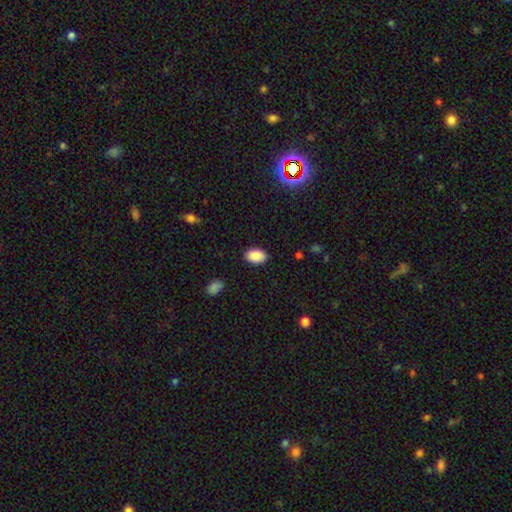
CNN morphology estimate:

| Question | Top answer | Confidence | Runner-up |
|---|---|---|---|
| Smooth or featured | smooth | 89% | star or artifact (7%) |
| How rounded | in between | 90% | round (9%) |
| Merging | none | 87% | minor disturbance (10%) |